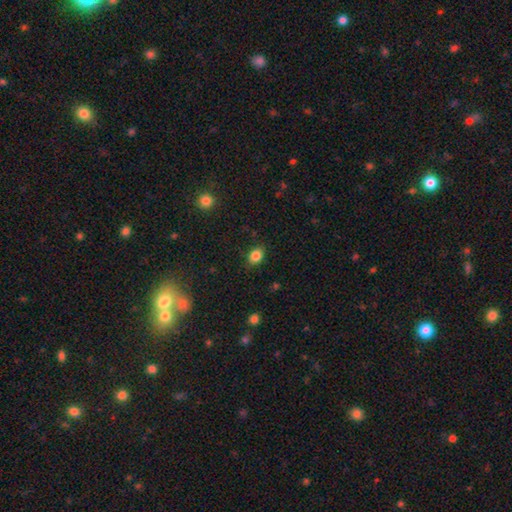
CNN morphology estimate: The model was most divided on "how rounded": in between: 71%, round: 28%, cigar-shaped: 1%. More confident: smooth or featured — smooth (85%); merging — none (83%).